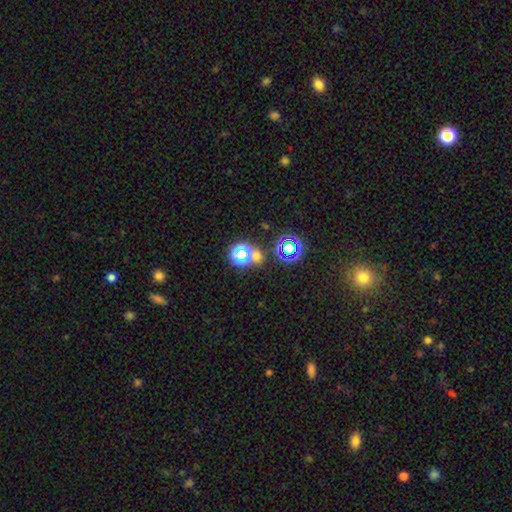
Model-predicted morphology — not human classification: type=star or artifact (62%).